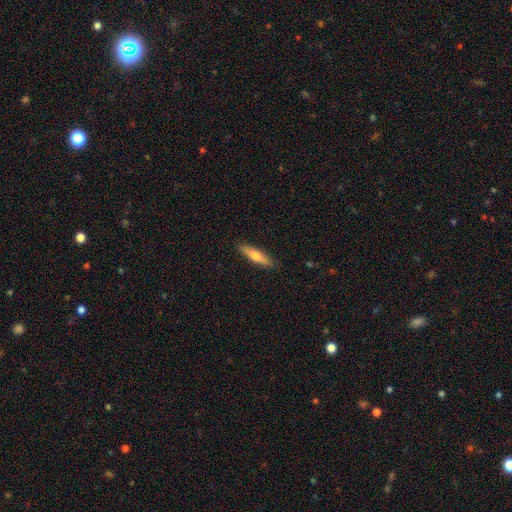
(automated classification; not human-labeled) Morphology: type=smooth (64%); roundness=cigar-shaped (75%); merging=none (88%).